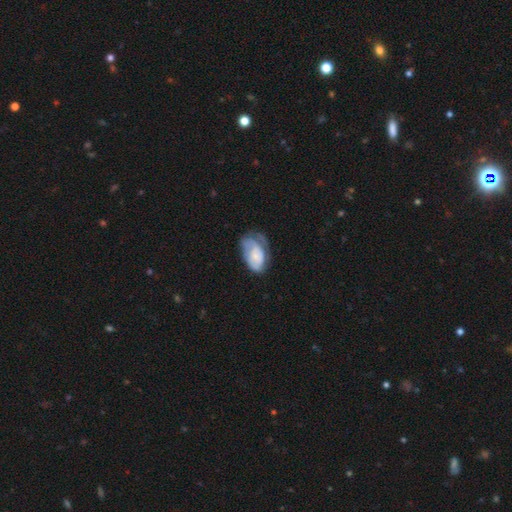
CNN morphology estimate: Smooth or featured: smooth — 47% (featured or disk — 46%)
Merging: minor disturbance — 34% (major disturbance — 33%)